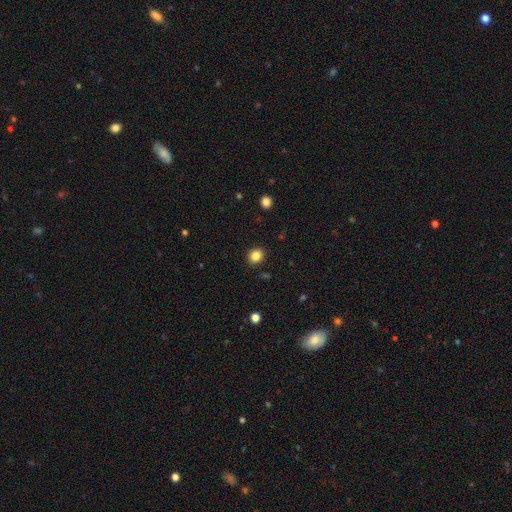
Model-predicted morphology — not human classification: A smooth galaxy with no disk features (85%) that is round (74%). Merging: none (90%).